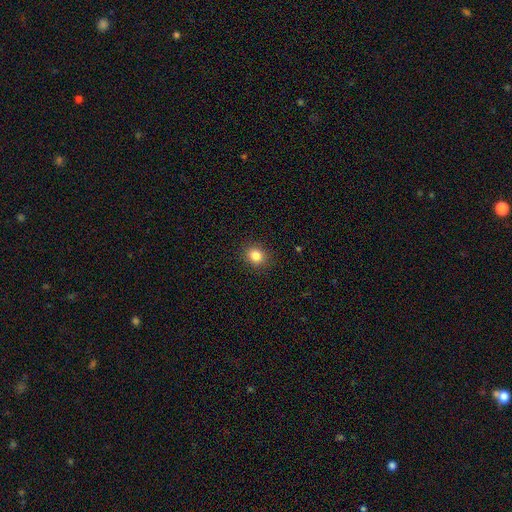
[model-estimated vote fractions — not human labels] A smooth galaxy with no disk features (84%) that is round (72%).

Vote fractions:
- Smooth or featured? smooth: 84% / star or artifact: 11% / featured or disk: 5%
- How rounded? round: 72% / in between: 27% / cigar-shaped: 1%
- Merging? none: 90% / minor disturbance: 7% / major disturbance: 2% / merger: 1%